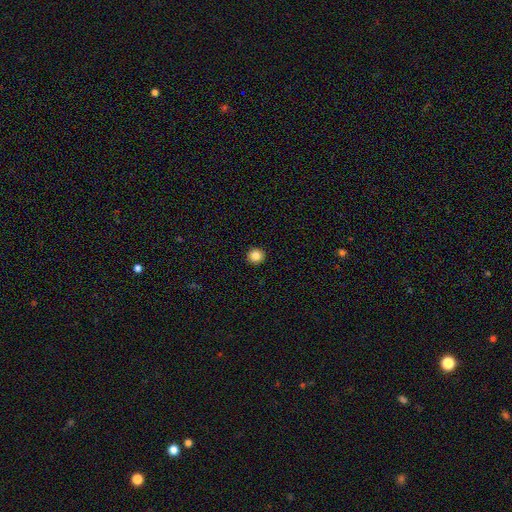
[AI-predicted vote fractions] smooth-or-featured: smooth: 85% | star or artifact: 10% | featured or disk: 5%
  how-rounded: round: 94% | in between: 5% | cigar-shaped: 1%
  merging: none: 94% | minor disturbance: 4% | major disturbance: 1% | merger: 1%